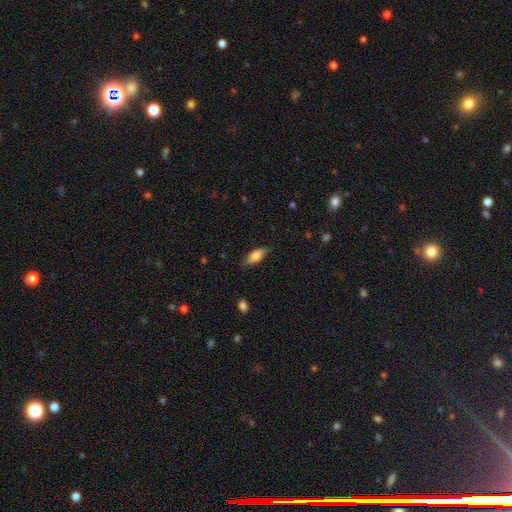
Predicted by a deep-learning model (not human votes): Smooth or featured? smooth (80%)
How rounded? in between (79%)
Merging? none (79%)